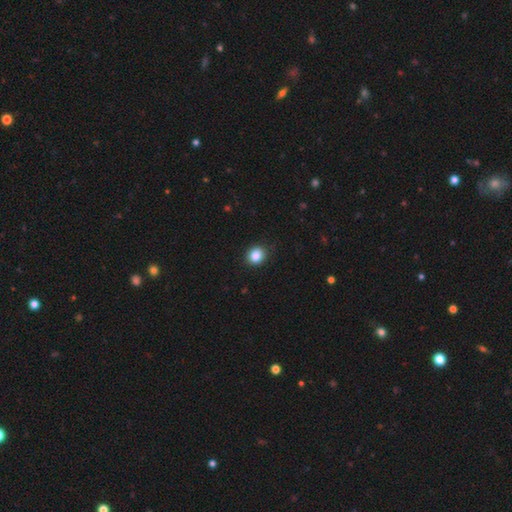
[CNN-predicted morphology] The model was most divided on "how rounded": round: 76%, in between: 23%, cigar-shaped: 1%. More confident: merging — none (88%); smooth or featured — smooth (86%).